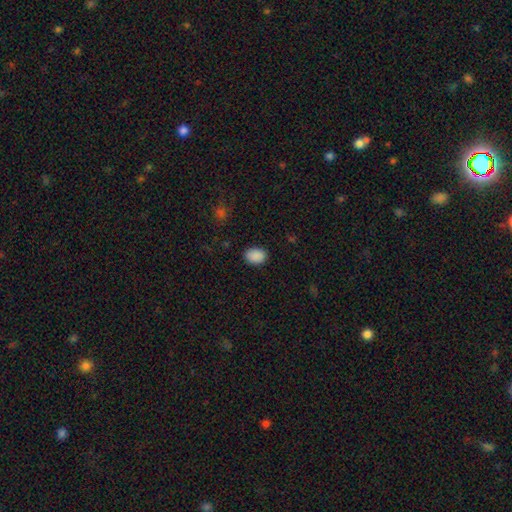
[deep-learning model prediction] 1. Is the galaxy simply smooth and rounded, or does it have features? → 90% smooth, 8% star or artifact, 3% featured or disk.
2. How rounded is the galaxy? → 76% in between, 23% round, 1% cigar-shaped.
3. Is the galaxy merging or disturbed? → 86% none, 10% minor disturbance, 3% major disturbance, 1% merger.